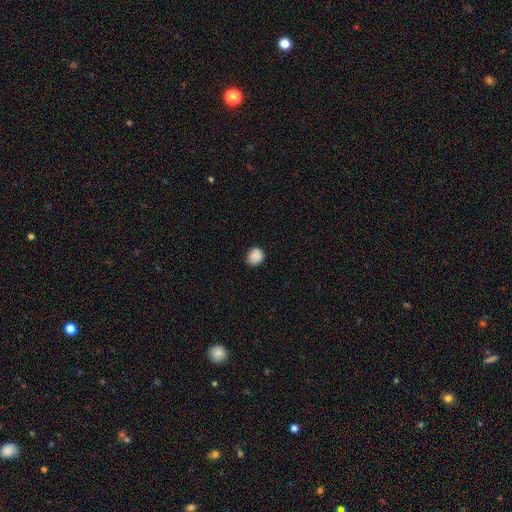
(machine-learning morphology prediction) Overall: smooth (87%). How rounded: round (78%). Merging: none (84%).